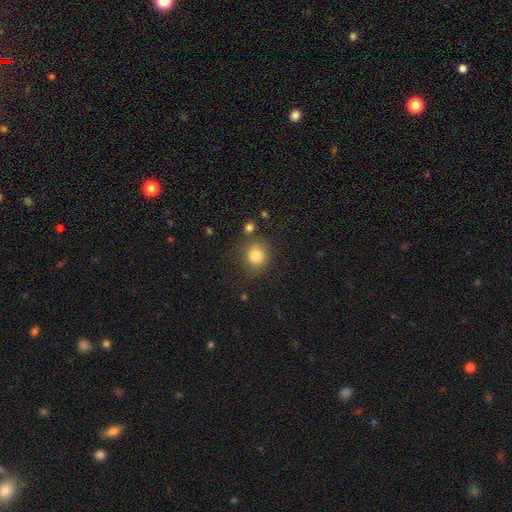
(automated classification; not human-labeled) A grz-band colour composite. It shows a smooth galaxy with no disk features (82%) that is round (82%). Merging: none (80%).